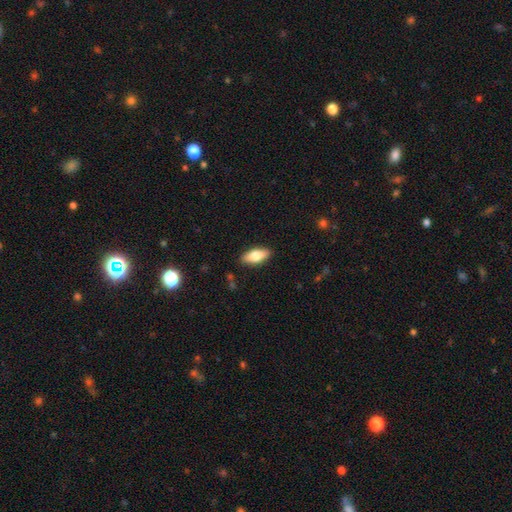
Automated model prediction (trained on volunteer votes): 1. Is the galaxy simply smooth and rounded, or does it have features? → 73% smooth, 21% featured or disk, 6% star or artifact.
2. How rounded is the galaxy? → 79% in between, 18% cigar-shaped, 3% round.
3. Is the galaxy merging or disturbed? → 88% none, 9% minor disturbance, 2% major disturbance, 1% merger.